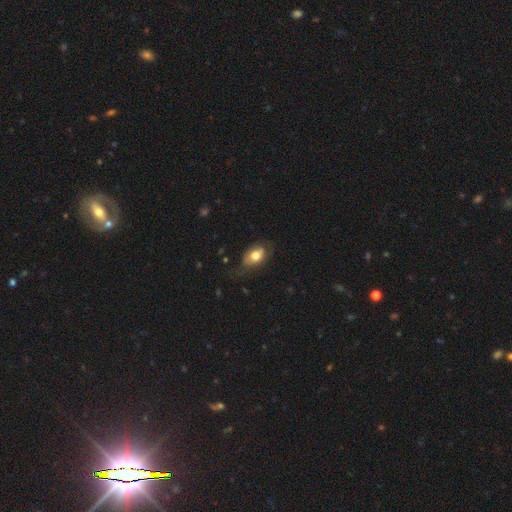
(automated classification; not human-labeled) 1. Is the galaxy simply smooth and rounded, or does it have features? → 72% smooth, 21% featured or disk, 8% star or artifact.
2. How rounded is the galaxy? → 83% in between, 14% round, 2% cigar-shaped.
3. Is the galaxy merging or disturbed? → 59% none, 28% minor disturbance, 12% major disturbance, 2% merger.